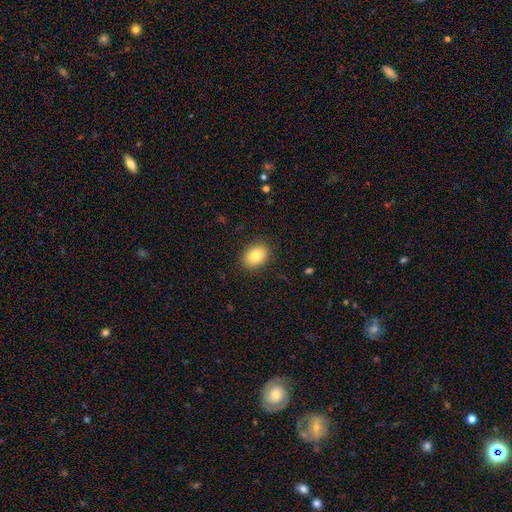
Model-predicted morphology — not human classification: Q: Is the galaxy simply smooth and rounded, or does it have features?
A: smooth — 84%.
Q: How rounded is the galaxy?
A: in between — 71%.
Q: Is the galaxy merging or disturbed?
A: none — 89%.